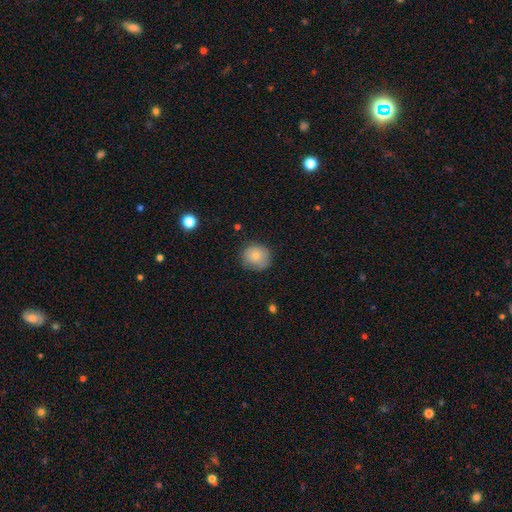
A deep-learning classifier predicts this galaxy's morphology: Smooth or featured: smooth — 78% (featured or disk — 13%)
How rounded: round — 83% (in between — 16%)
Merging: none — 77% (minor disturbance — 18%)